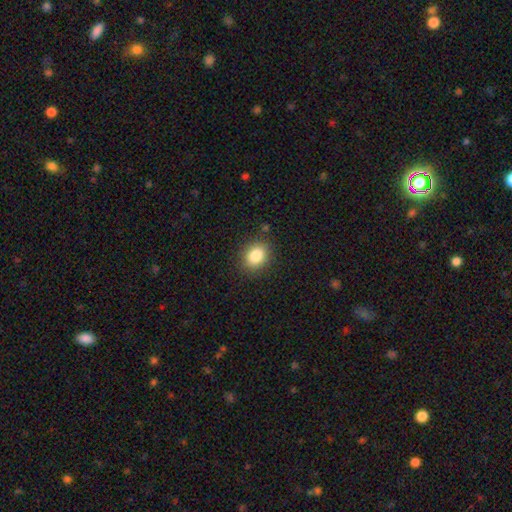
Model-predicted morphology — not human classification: smooth-or-featured: smooth: 85% | star or artifact: 9% | featured or disk: 6%
  how-rounded: in between: 51% | round: 48% | cigar-shaped: 1%
  merging: none: 87% | minor disturbance: 9% | major disturbance: 3% | merger: 1%